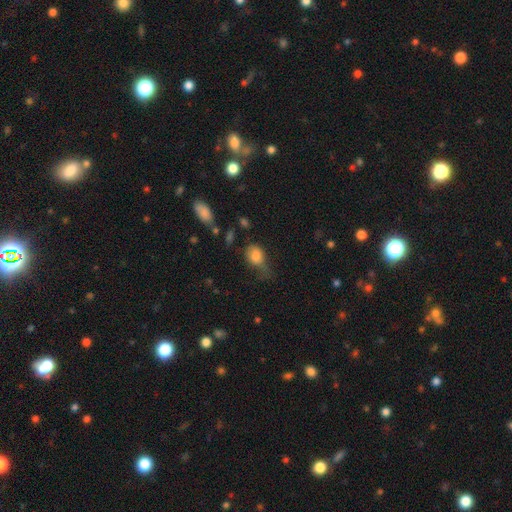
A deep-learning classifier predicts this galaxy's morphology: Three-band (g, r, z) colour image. It shows a smooth galaxy with no disk features (82%) that is in between round and cigar-shaped (63%). Merging: minor disturbance (37%).